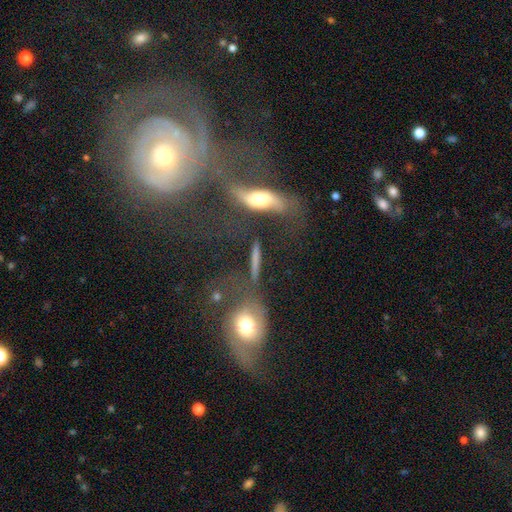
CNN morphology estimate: Overall: smooth (43%, tied with featured or disk). Merging: none (41%; merger 22%).